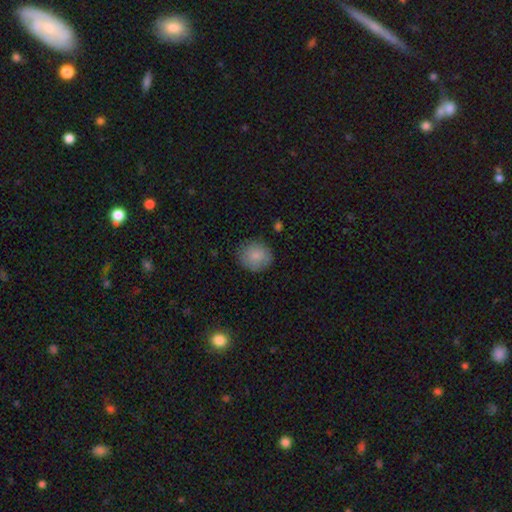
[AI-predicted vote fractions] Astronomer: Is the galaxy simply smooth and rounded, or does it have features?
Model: smooth — 86%.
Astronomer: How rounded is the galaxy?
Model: round — 80%.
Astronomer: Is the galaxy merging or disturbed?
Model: none — 83%.